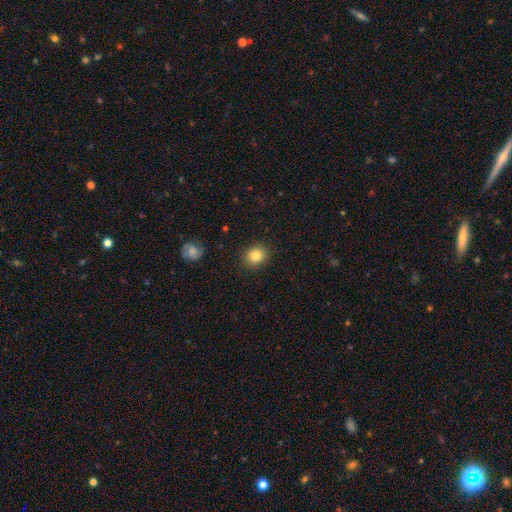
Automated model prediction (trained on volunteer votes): Smooth or featured: smooth — 83% (star or artifact — 10%)
How rounded: round — 74% (in between — 25%)
Merging: none — 90% (minor disturbance — 7%)